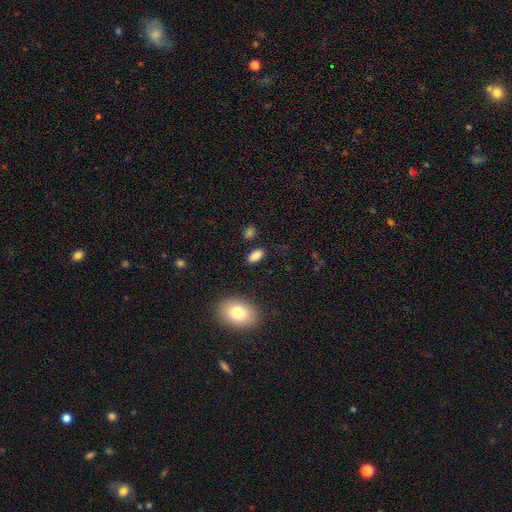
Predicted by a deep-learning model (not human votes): Q: Smooth or featured?
A: smooth (86%); runner-up: star or artifact (9%)
Q: How rounded?
A: in between (90%); runner-up: round (5%)
Q: Merging?
A: none (84%); runner-up: minor disturbance (10%)